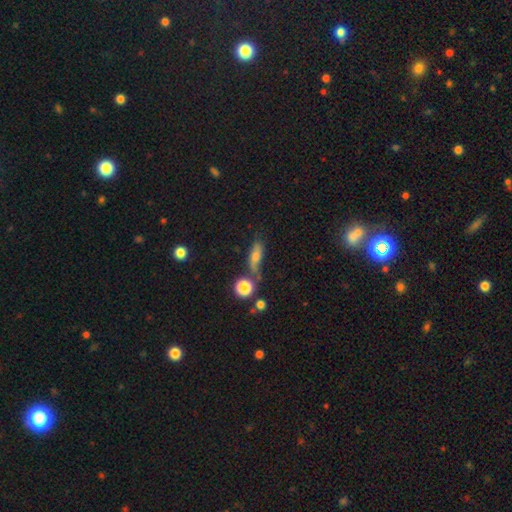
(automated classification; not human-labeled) smooth 64%, featured or disk 23%, star or artifact 13%. Down the decision tree: how rounded — in between (53%); merging — none (53%).